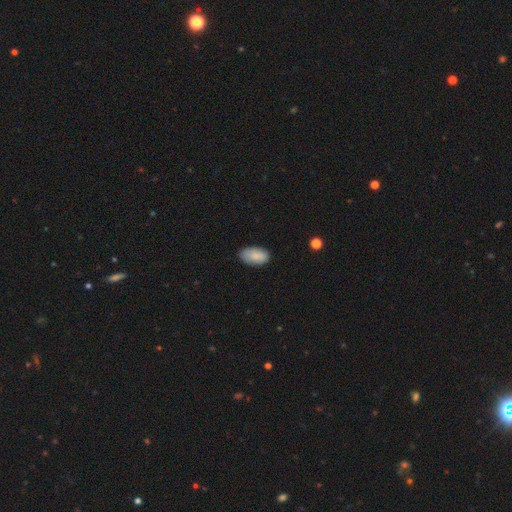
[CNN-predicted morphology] A smooth galaxy with no disk features (88%) that is in between round and cigar-shaped (95%).

Vote fractions:
- Smooth or featured? smooth: 88% / star or artifact: 6% / featured or disk: 6%
- How rounded? in between: 95% / round: 4% / cigar-shaped: 2%
- Merging? none: 81% / minor disturbance: 15% / major disturbance: 2% / merger: 1%